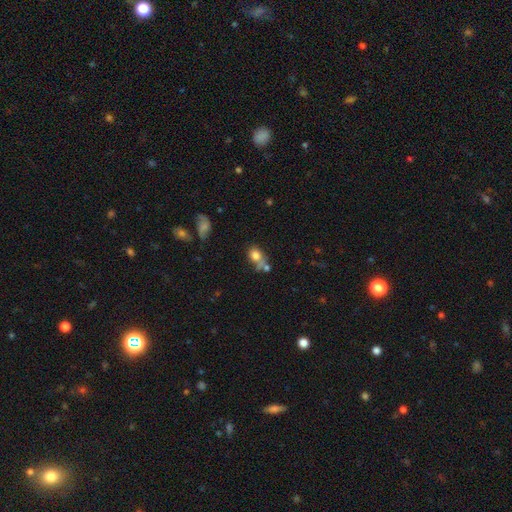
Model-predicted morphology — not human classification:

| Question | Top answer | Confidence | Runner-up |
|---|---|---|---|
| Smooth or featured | smooth | 76% | featured or disk (13%) |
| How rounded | in between | 54% | round (44%) |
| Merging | none | 41% | merger (30%) |